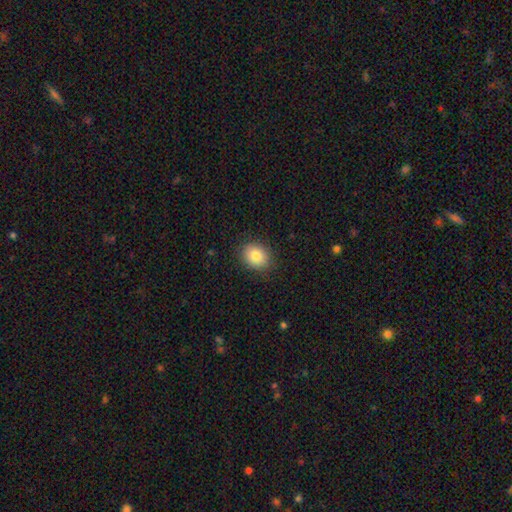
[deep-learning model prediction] smooth_or_featured: smooth (p=0.84) [alt: star or artifact p=0.09]
how_rounded: round (p=0.51) [alt: in between p=0.48]
merging: none (p=0.88) [alt: minor disturbance p=0.09]